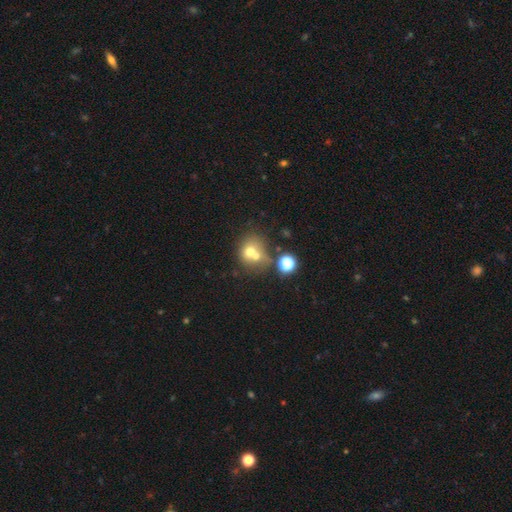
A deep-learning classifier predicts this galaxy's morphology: A smooth galaxy with no disk features (63%) that is round (71%). Merging: merger (55%).